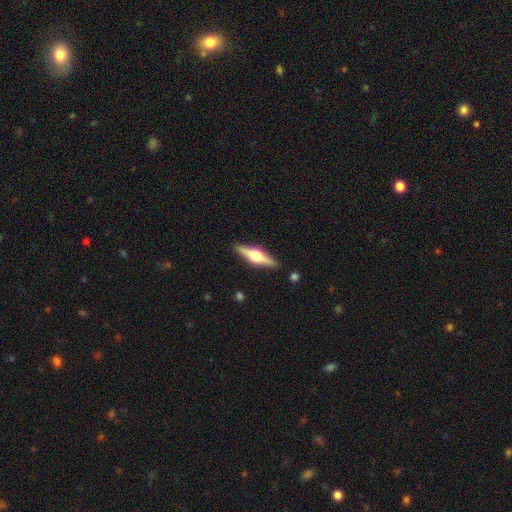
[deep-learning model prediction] This appears to be a featured or disk galaxy (73%) viewed edge-on (97%) with a rounded central bulge (94%). Merging: none (89%).